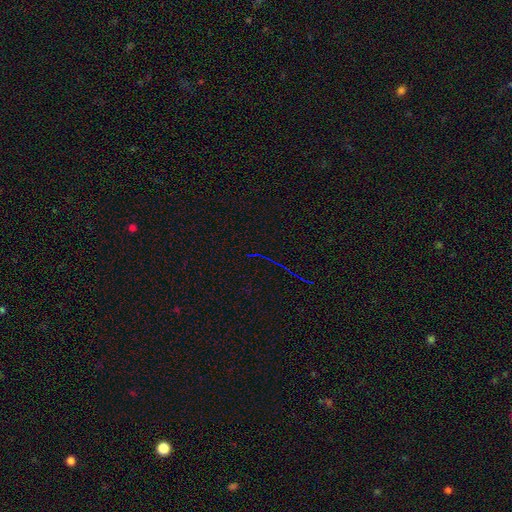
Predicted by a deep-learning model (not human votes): Smooth or featured?
  - star or artifact: 78% *
  - smooth: 11%
  - featured or disk: 10%